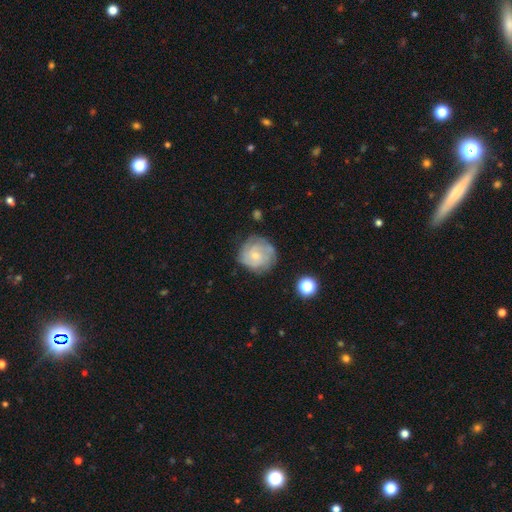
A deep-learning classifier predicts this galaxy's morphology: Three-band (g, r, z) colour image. It shows a featured or disk galaxy (65%) with no bar (71%), tight (56%) spiral arms (87%) and a small central bulge (65%). Merging: none (71%).